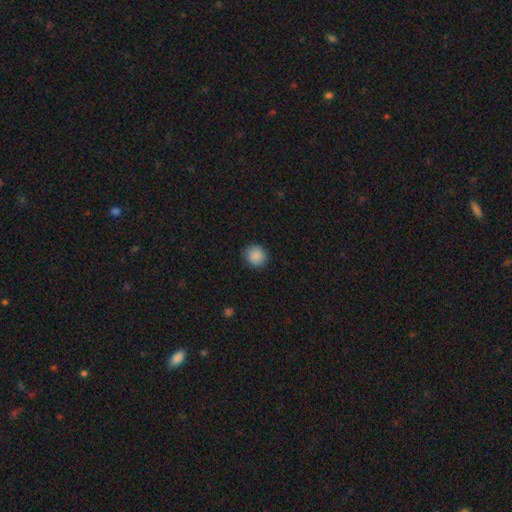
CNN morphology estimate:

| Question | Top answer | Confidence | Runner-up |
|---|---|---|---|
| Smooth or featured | smooth | 89% | star or artifact (8%) |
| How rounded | round | 90% | in between (9%) |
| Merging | none | 88% | minor disturbance (9%) |